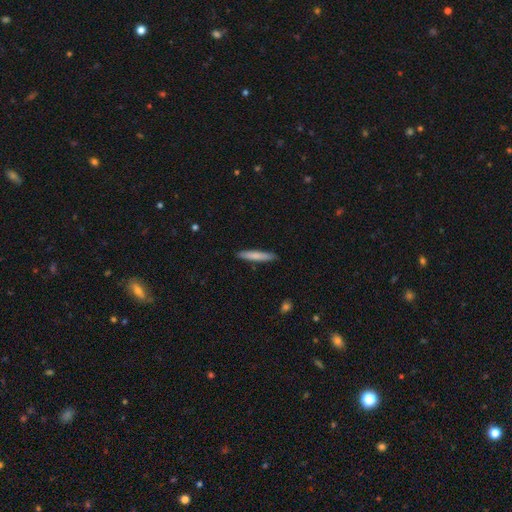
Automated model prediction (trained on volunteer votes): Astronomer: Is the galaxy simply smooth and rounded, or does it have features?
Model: smooth — 78%.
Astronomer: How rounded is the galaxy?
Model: cigar-shaped — 92%.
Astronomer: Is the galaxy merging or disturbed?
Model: none — 89%.